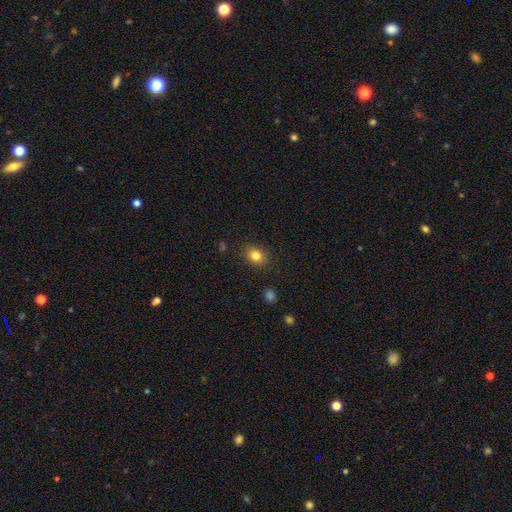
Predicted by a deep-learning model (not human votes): Q: Smooth or featured?
A: smooth (83%); runner-up: star or artifact (11%)
Q: How rounded?
A: in between (50%); runner-up: round (49%)
Q: Merging?
A: none (87%); runner-up: minor disturbance (9%)